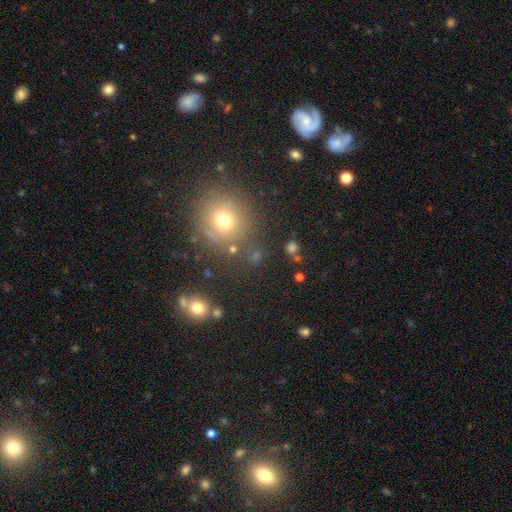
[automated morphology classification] type=smooth (58%); roundness=round (84%); merging=none (79%).